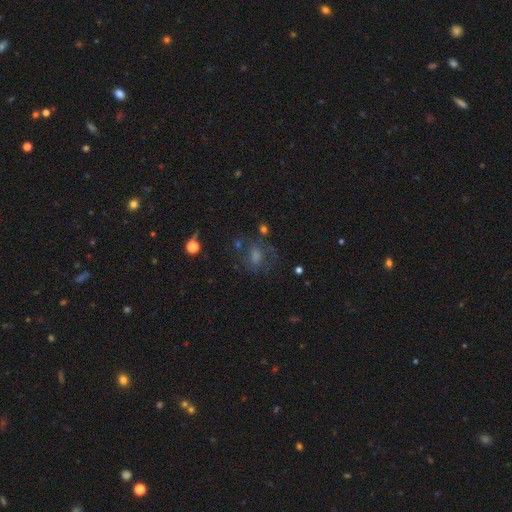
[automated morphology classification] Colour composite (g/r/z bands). It shows a featured or disk galaxy (39%). Merging: none (58%).